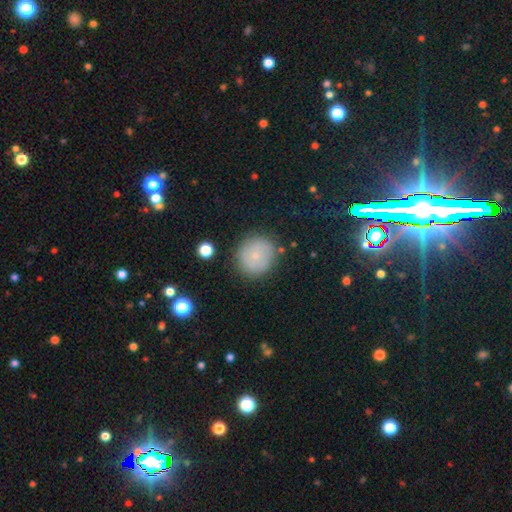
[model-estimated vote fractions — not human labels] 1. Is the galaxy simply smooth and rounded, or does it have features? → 71% smooth, 18% featured or disk, 10% star or artifact.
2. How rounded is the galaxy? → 90% round, 9% in between, 1% cigar-shaped.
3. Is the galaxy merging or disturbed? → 85% none, 10% minor disturbance, 3% major disturbance, 2% merger.